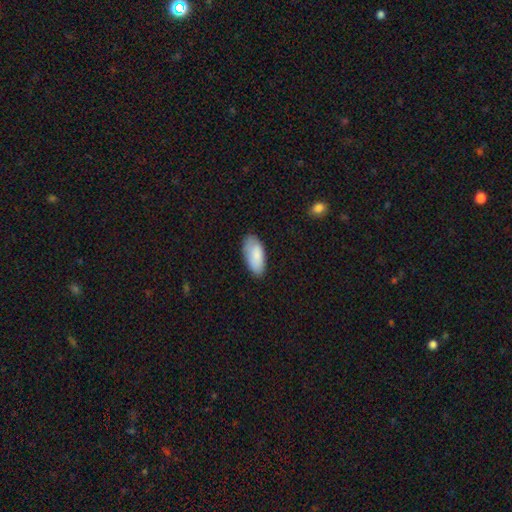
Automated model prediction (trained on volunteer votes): The model was most divided on "merging": none: 78%, minor disturbance: 17%, major disturbance: 3%, merger: 1%. More confident: how rounded — in between (92%); smooth or featured — smooth (86%).